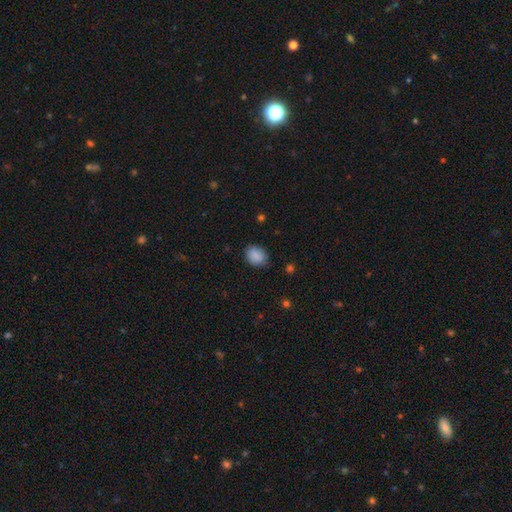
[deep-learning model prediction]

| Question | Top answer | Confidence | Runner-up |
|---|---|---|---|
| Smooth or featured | smooth | 87% | star or artifact (8%) |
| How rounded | in between | 64% | round (35%) |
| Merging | none | 76% | minor disturbance (19%) |